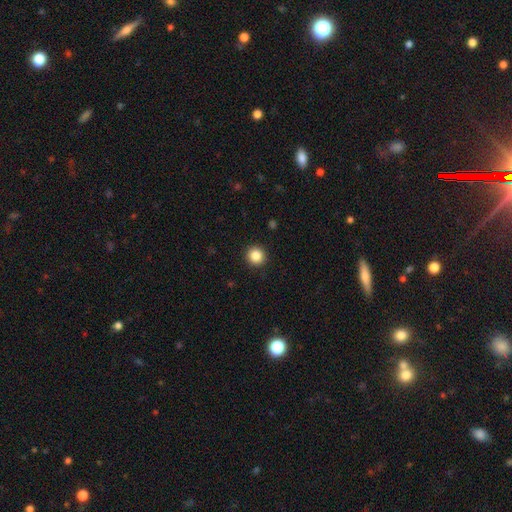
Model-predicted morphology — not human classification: A smooth galaxy with no disk features (85%) that is round (94%). Merging: none (93%).